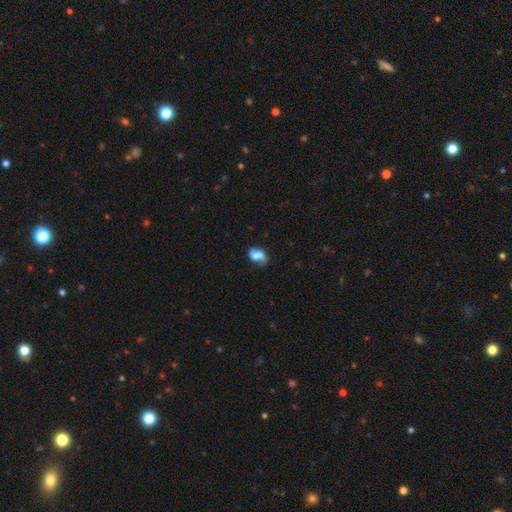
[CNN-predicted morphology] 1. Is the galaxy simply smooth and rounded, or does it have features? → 51% smooth, 39% featured or disk, 10% star or artifact.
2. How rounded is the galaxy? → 79% in between, 19% round, 2% cigar-shaped.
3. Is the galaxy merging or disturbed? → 44% none, 30% minor disturbance, 18% major disturbance, 8% merger.